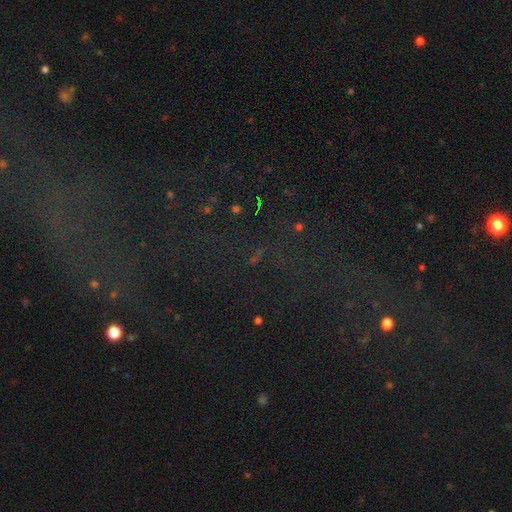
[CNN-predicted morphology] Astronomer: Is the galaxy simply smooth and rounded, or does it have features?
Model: star or artifact — 71%.